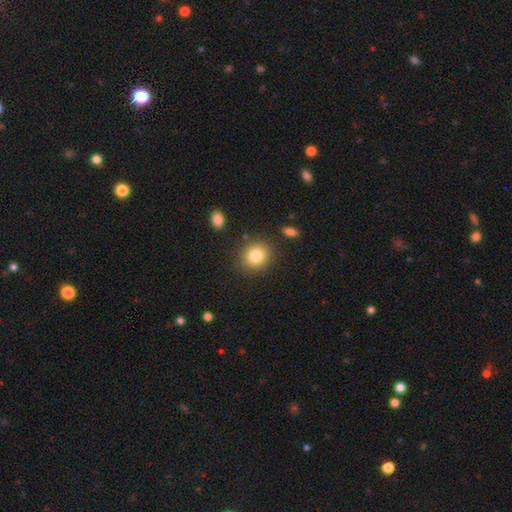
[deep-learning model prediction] Smooth or featured? Predicted: smooth (p=0.83). How rounded? Predicted: round (p=0.76). Merging? Predicted: none (p=0.84).